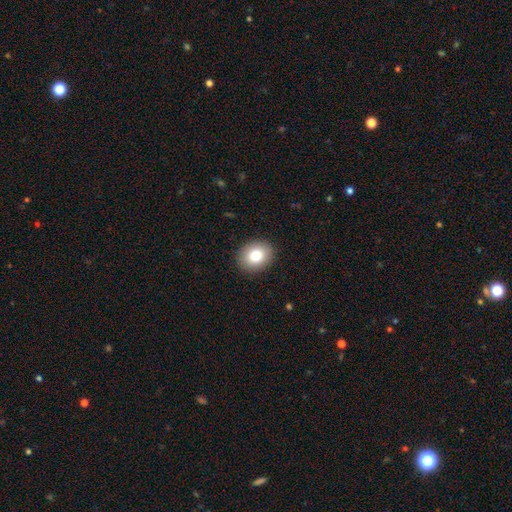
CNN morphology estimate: Smooth or featured? smooth (80%)
How rounded? round (55%)
Merging? none (91%)